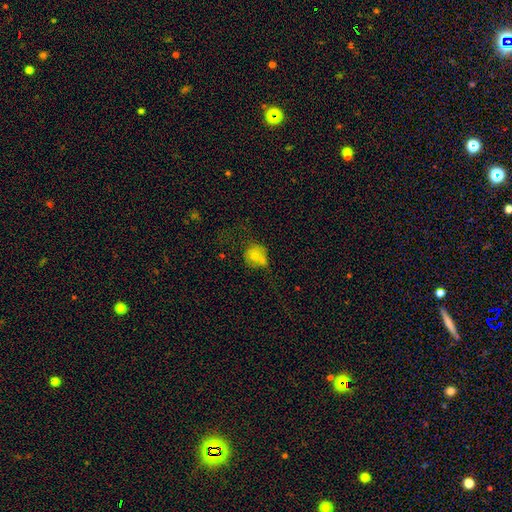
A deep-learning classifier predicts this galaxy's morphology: This is likely a smooth galaxy (71%). How rounded: likely round (78%). Merging: marginally merger (38%).